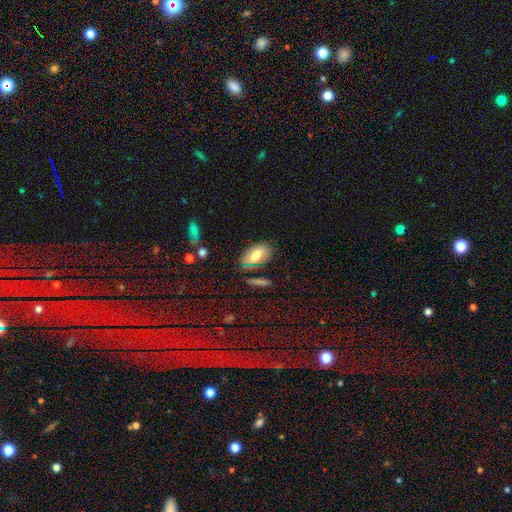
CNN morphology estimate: type=smooth (71%); roundness=in between (91%); merging=none (70%).